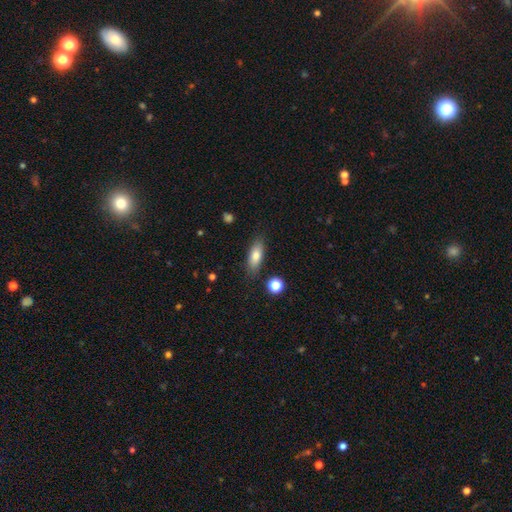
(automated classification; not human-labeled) Overall: smooth (78%). How rounded: in between (68%; cigar-shaped 29%). Merging: none (83%).